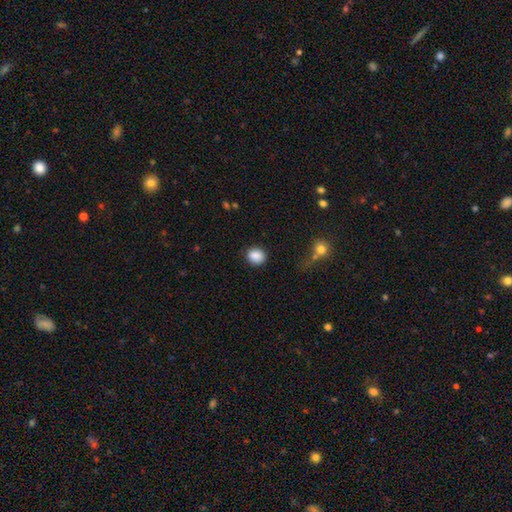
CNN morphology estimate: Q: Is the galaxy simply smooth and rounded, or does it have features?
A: smooth — 88%.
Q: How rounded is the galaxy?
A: round — 65%.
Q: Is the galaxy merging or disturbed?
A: none — 85%.